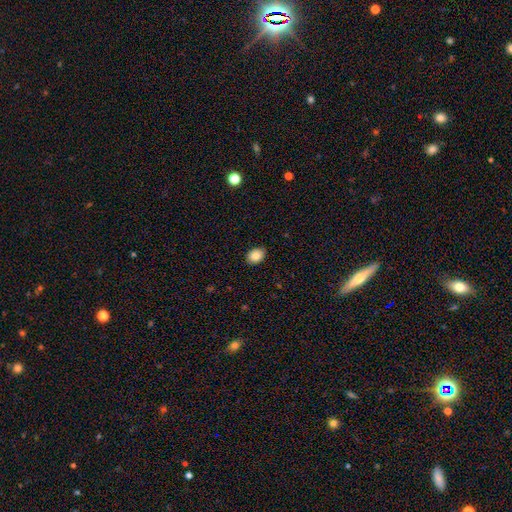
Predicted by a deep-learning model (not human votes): Morphology: type=smooth (86%); roundness=in between (70%); merging=none (88%).